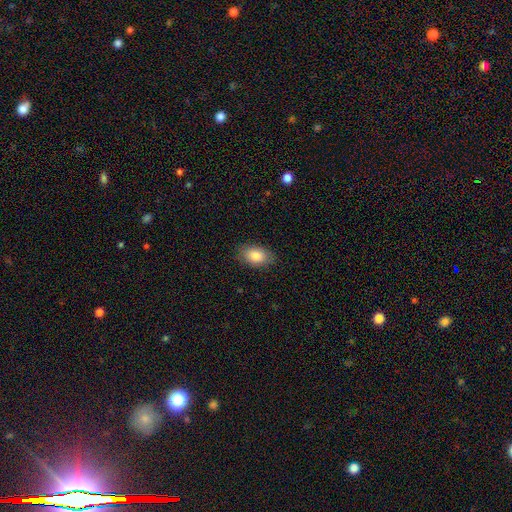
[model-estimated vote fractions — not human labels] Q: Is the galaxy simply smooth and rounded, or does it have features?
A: smooth — 84%.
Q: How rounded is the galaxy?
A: in between — 89%.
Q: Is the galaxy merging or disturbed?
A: none — 84%.